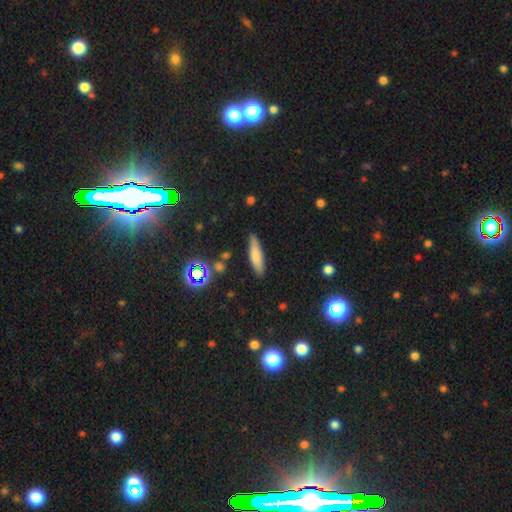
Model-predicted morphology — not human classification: Overall: smooth (71%). How rounded: cigar-shaped (73%). Merging: none (84%).